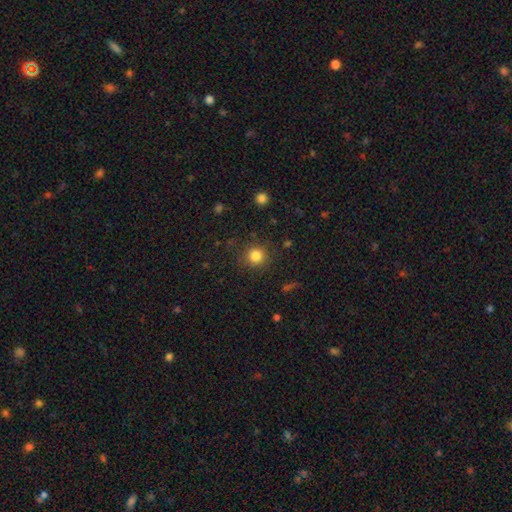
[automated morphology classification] Smooth or featured: smooth — 83% (star or artifact — 12%)
How rounded: round — 93% (in between — 6%)
Merging: none — 87% (minor disturbance — 8%)